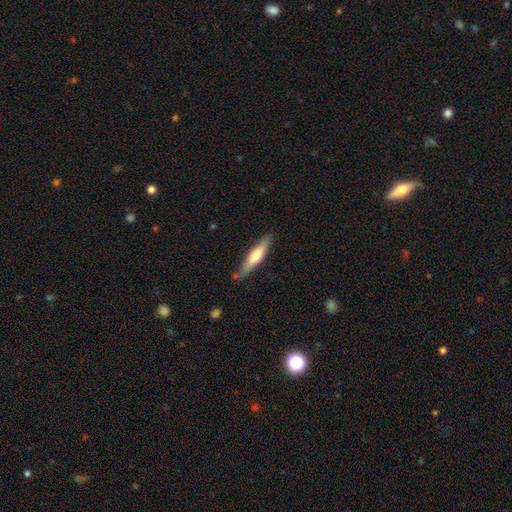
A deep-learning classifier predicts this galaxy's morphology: smooth-or-featured: smooth: 49% | featured or disk: 46% | star or artifact: 5%
  merging: none: 79% | minor disturbance: 15% | merger: 3% | major disturbance: 3%